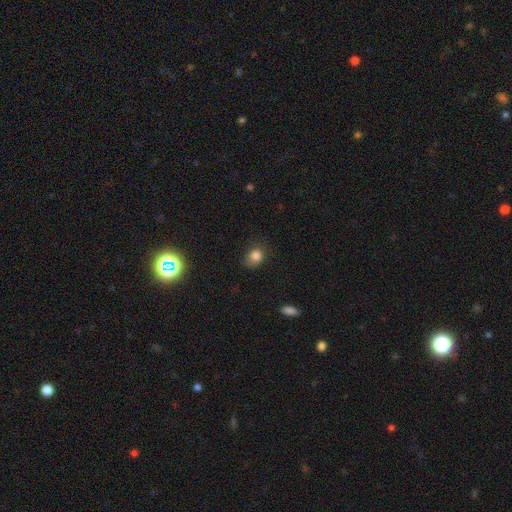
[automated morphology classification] This appears to be a smooth galaxy with no disk features (81%) that is round (52%). Merging: none (55%).